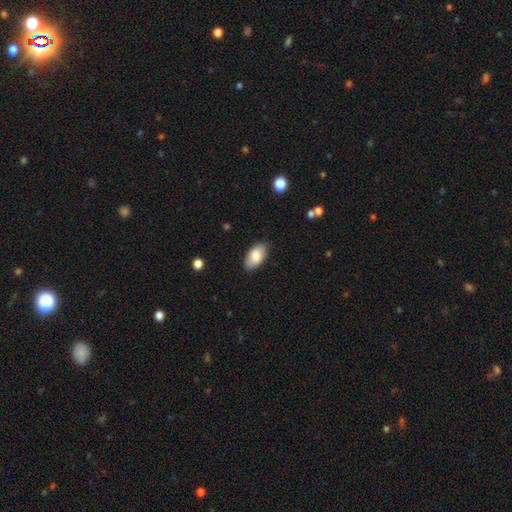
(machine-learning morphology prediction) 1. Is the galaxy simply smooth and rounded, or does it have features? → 82% smooth, 12% featured or disk, 6% star or artifact.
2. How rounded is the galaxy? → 95% in between, 3% round, 2% cigar-shaped.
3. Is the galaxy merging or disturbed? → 86% none, 11% minor disturbance, 2% major disturbance, 1% merger.